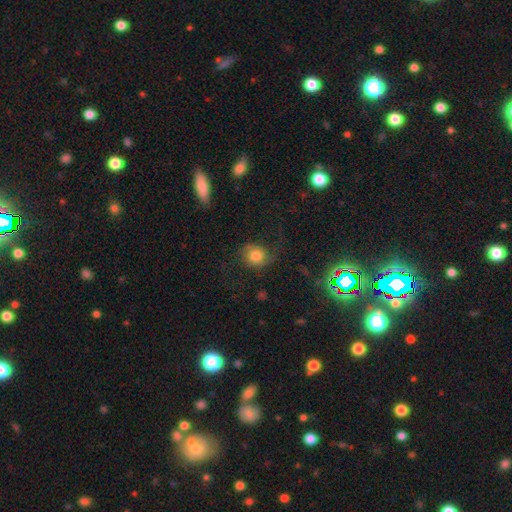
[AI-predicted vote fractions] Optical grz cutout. It shows a smooth galaxy with no disk features (61%) that is round (78%). Merging: none (55%).